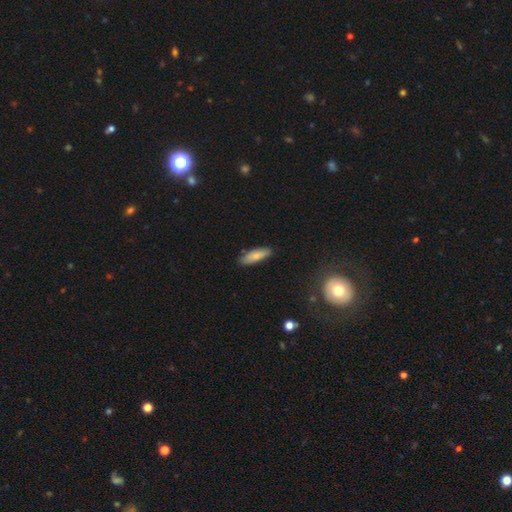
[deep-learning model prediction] Q: Smooth or featured?
A: smooth (78%); runner-up: featured or disk (16%)
Q: How rounded?
A: in between (51%); runner-up: cigar-shaped (47%)
Q: Merging?
A: none (83%); runner-up: minor disturbance (13%)